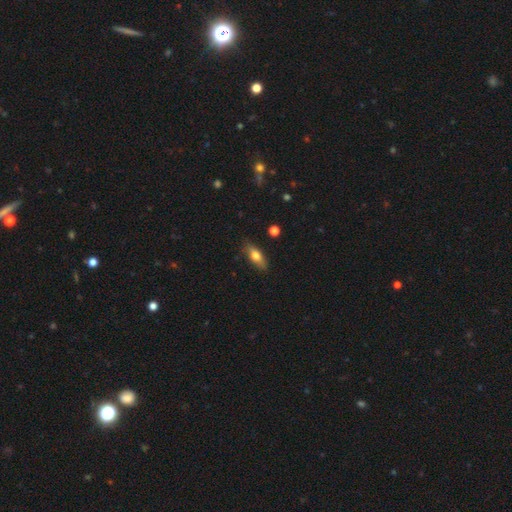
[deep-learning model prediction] smooth-or-featured: smooth: 64% | featured or disk: 29% | star or artifact: 7%
  how-rounded: in between: 63% | cigar-shaped: 33% | round: 5%
  merging: none: 83% | minor disturbance: 13% | major disturbance: 2% | merger: 2%